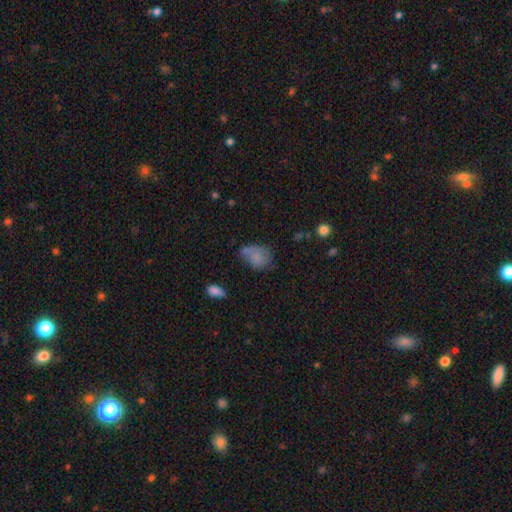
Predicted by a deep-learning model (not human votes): Morphology: type=smooth (71%); roundness=in between (70%); merging=none (37%).